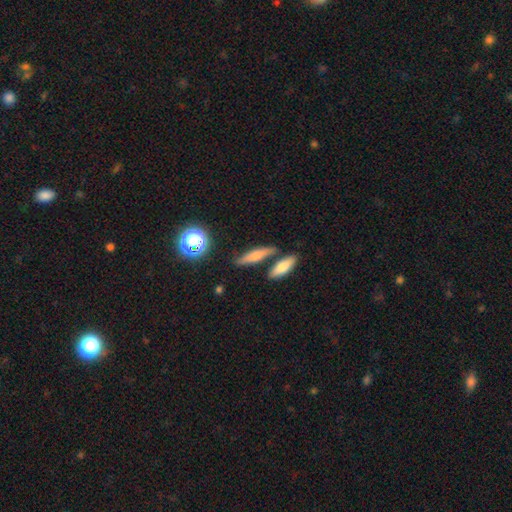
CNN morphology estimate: A smooth galaxy with no disk features (59%) that is cigar-shaped (67%). Merging: none (71%).